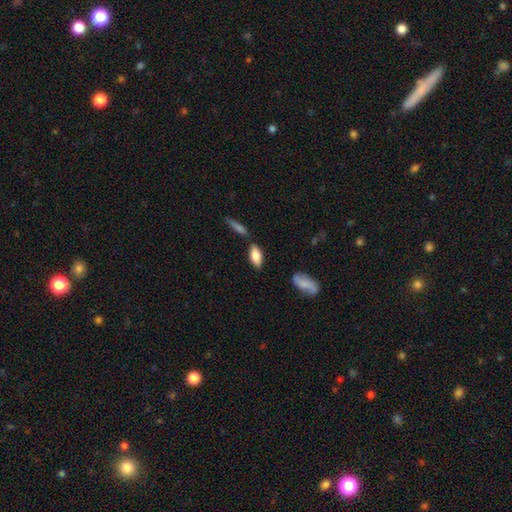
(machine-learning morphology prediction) The model was most divided on "merging": none: 76%, minor disturbance: 14%, merger: 7%, major disturbance: 3%. More confident: how rounded — in between (84%); smooth or featured — smooth (79%).